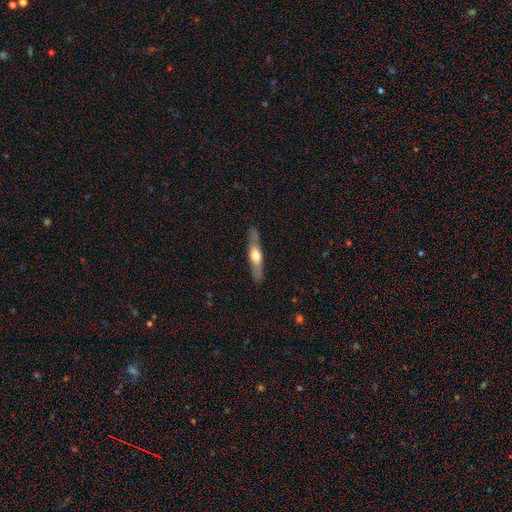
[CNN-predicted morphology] Q: Smooth or featured?
A: featured or disk (53%); runner-up: smooth (42%)
Q: Edge-on disk?
A: yes (87%); runner-up: no (13%)
Q: Merging?
A: none (87%); runner-up: minor disturbance (10%)